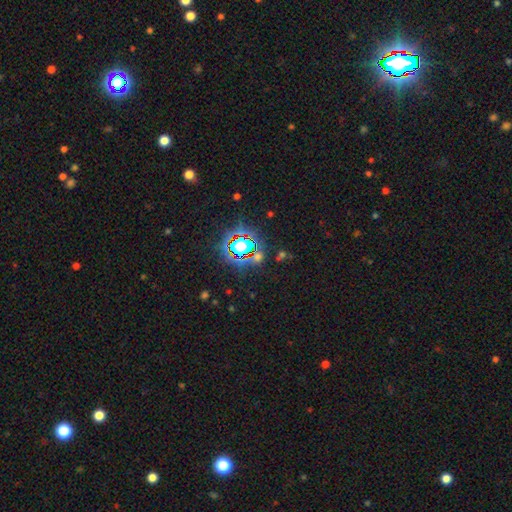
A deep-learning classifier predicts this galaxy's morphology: Smooth or featured? Predicted: star or artifact (p=0.78).